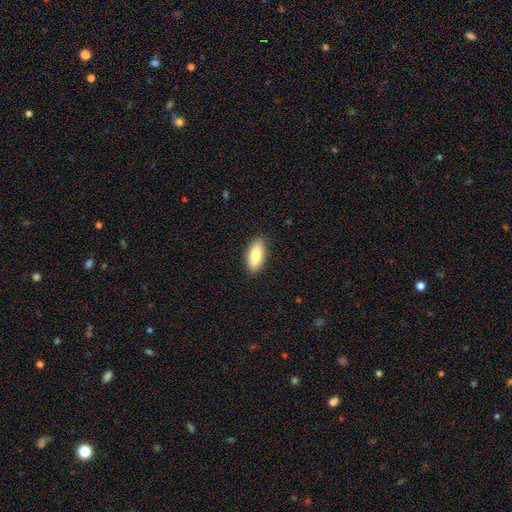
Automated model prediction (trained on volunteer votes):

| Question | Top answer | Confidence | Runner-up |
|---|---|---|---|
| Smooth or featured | smooth | 85% | featured or disk (9%) |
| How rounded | in between | 81% | cigar-shaped (18%) |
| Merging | none | 85% | minor disturbance (12%) |